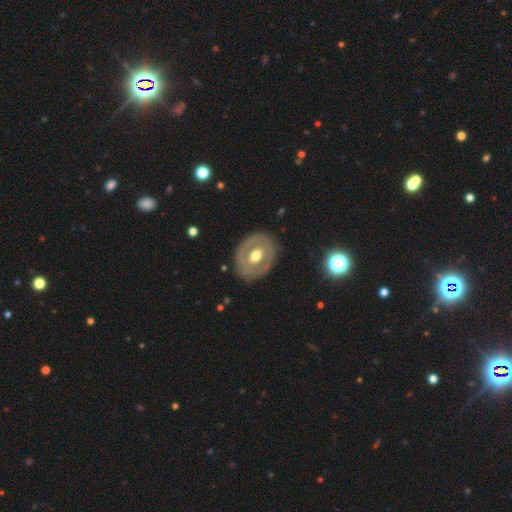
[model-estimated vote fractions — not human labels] A featured or disk galaxy (62%) with no bar (58%), no spiral arms (81%) and a moderate central bulge (71%).

Vote fractions:
- Smooth or featured? featured or disk: 62% / smooth: 33% / star or artifact: 5%
- Edge-on disk? no: 94% / yes: 6%
- Bar? no: 58% / weak: 29% / strong: 14%
- Spiral arms? no: 81% / yes: 19%
- Bulge size? moderate: 71% / large: 19% / small: 8% / dominant: 1% / none: 1%
- Merging? none: 80% / minor disturbance: 13% / major disturbance: 5% / merger: 1%